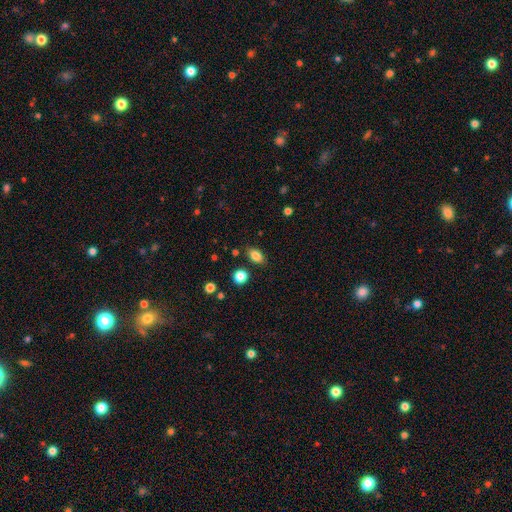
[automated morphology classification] A smooth galaxy with no disk features (83%) that is in between round and cigar-shaped (82%). Merging: none (83%).